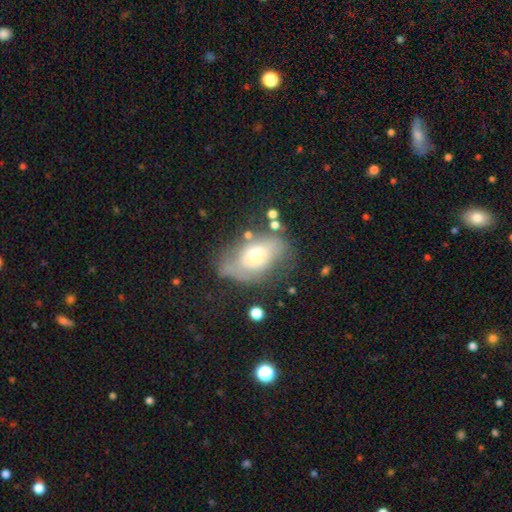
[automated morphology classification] Smooth or featured?
  - smooth: 48% *
  - featured or disk: 43%
  - star or artifact: 9%
Merging?
  - none: 47% *
  - minor disturbance: 28%
  - major disturbance: 18%
  - merger: 7%